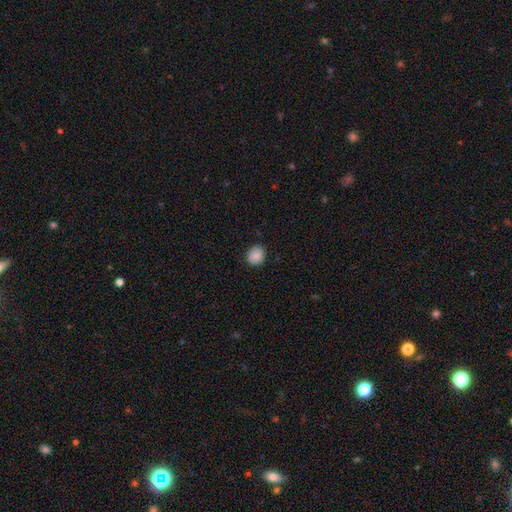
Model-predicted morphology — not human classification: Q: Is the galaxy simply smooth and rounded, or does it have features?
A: smooth — 88%.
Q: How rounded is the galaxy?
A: round — 76%.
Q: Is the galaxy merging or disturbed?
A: none — 88%.